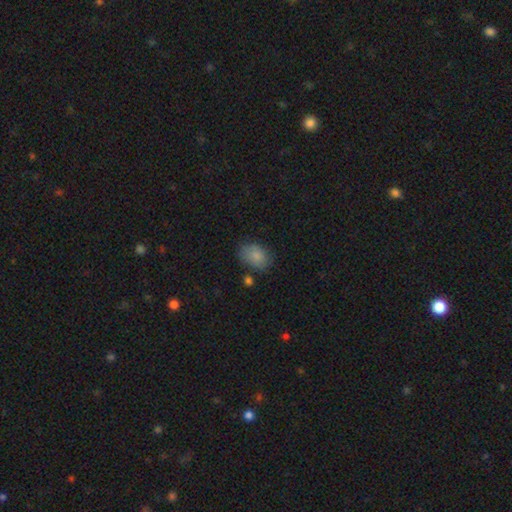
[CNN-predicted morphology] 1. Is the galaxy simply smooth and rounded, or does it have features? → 84% smooth, 8% featured or disk, 8% star or artifact.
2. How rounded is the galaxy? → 75% in between, 24% round, 1% cigar-shaped.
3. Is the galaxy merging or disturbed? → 68% none, 22% minor disturbance, 6% major disturbance, 4% merger.